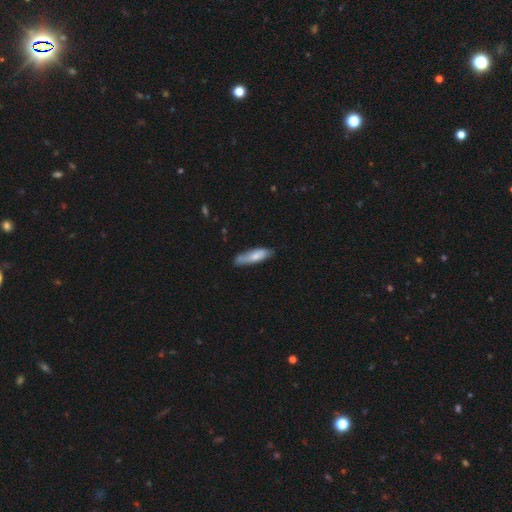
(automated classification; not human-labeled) smooth 66%, featured or disk 28%, star or artifact 6%. Down the decision tree: how rounded — cigar-shaped (58%); merging — none (64%).